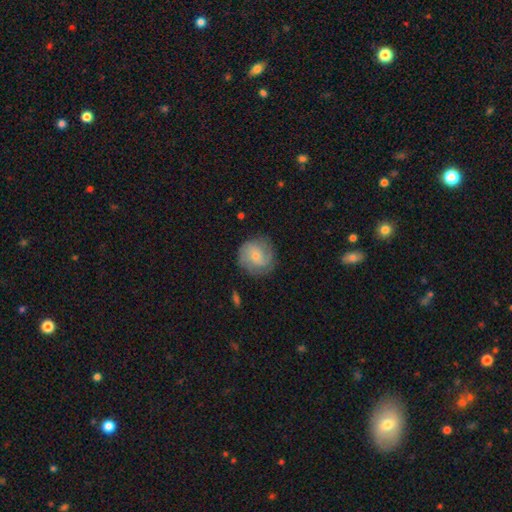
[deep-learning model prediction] Smooth or featured: featured or disk — 57% (smooth — 36%)
Edge-on disk: no — 98% (yes — 2%)
Bar: no — 65% (weak — 30%)
Spiral arms: yes — 87% (no — 13%)
Bulge size: small — 73% (moderate — 21%)
Merging: none — 76% (minor disturbance — 16%)